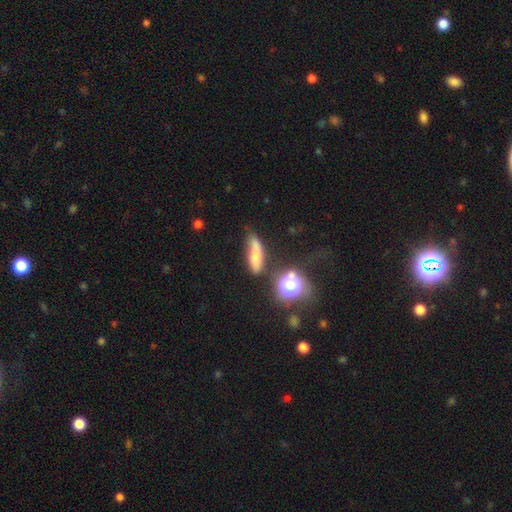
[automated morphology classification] type=smooth (64%); roundness=cigar-shaped (53%); merging=none (47%).